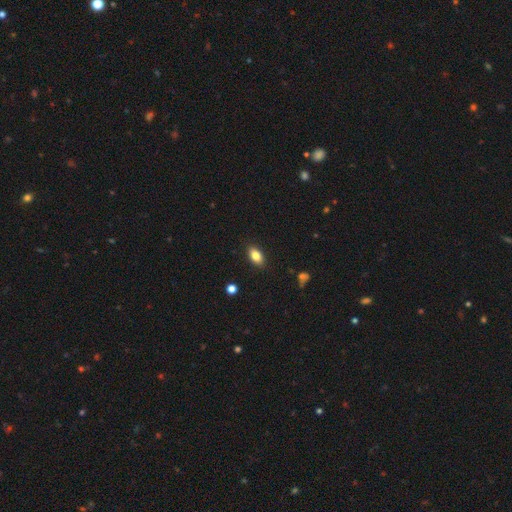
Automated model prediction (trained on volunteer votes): Overall: smooth (83%). How rounded: in between (89%). Merging: none (87%).